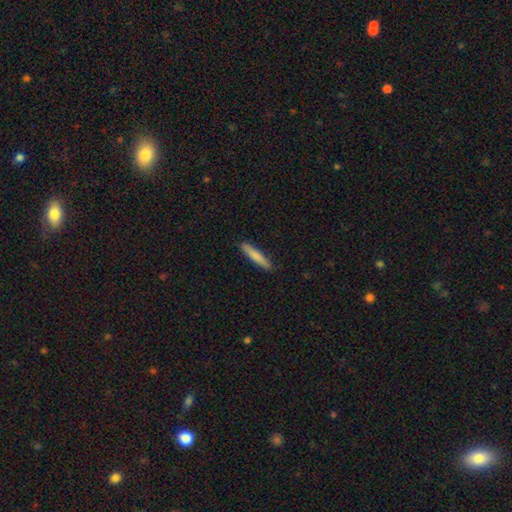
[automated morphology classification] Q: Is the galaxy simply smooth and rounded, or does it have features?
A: smooth — 79%.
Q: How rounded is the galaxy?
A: cigar-shaped — 92%.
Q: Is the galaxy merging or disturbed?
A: none — 90%.